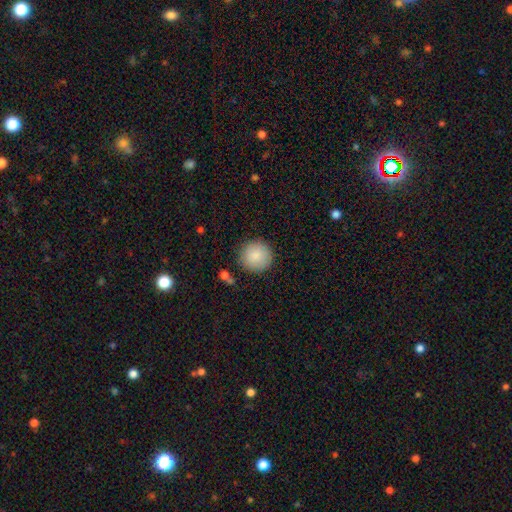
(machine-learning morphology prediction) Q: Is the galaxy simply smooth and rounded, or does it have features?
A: smooth — 88%.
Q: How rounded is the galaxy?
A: round — 95%.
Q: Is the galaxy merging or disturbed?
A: none — 87%.